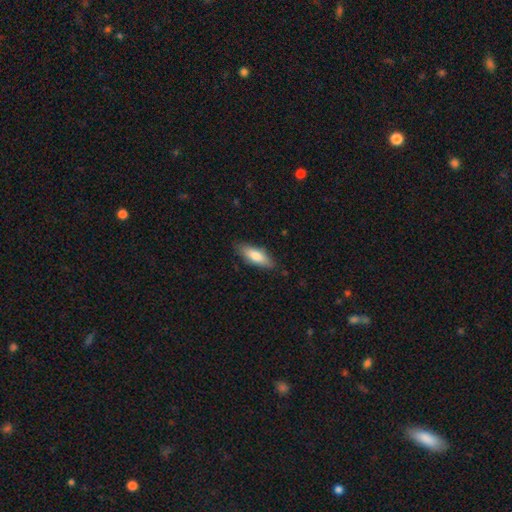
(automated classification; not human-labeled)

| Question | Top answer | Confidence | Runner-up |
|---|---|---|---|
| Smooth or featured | smooth | 75% | featured or disk (19%) |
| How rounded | in between | 58% | cigar-shaped (40%) |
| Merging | none | 82% | minor disturbance (14%) |